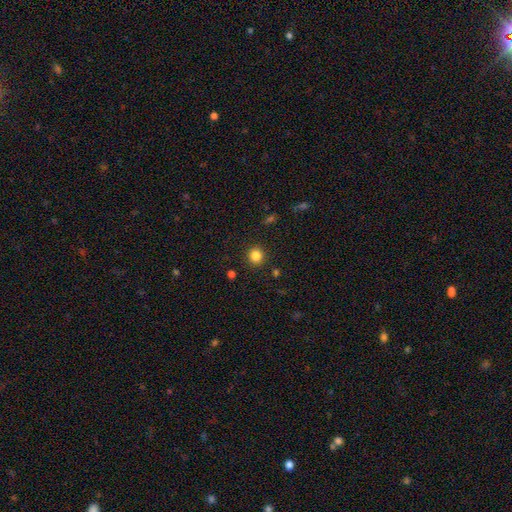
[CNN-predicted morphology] A smooth galaxy with no disk features (84%) that is round (89%). Merging: none (90%).